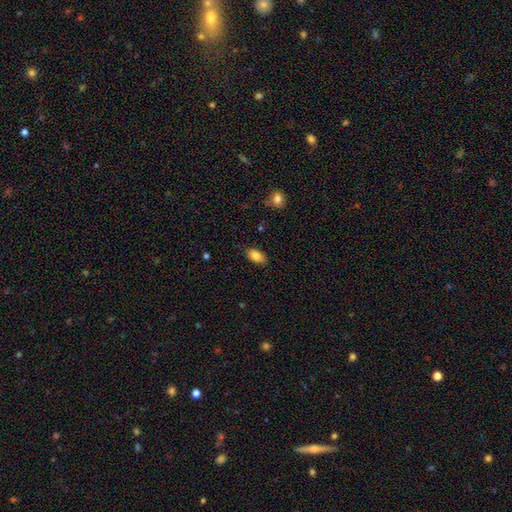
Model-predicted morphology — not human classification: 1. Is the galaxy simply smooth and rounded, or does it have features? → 85% smooth, 8% featured or disk, 8% star or artifact.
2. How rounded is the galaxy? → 93% in between, 4% round, 3% cigar-shaped.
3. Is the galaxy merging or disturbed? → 85% none, 12% minor disturbance, 2% major disturbance, 1% merger.